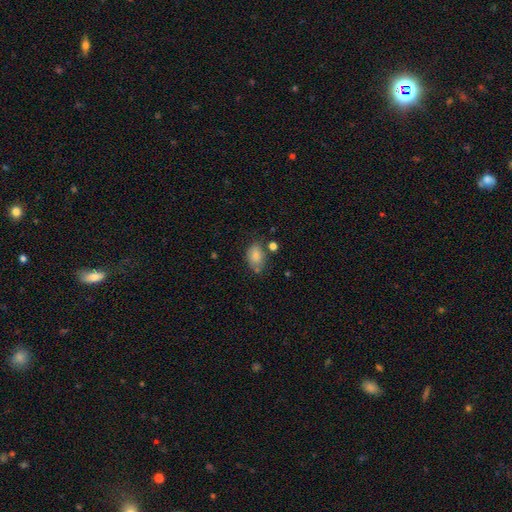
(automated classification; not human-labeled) This is clearly a smooth galaxy (81%). How rounded: clearly in between (83%). Merging: likely none (61%).